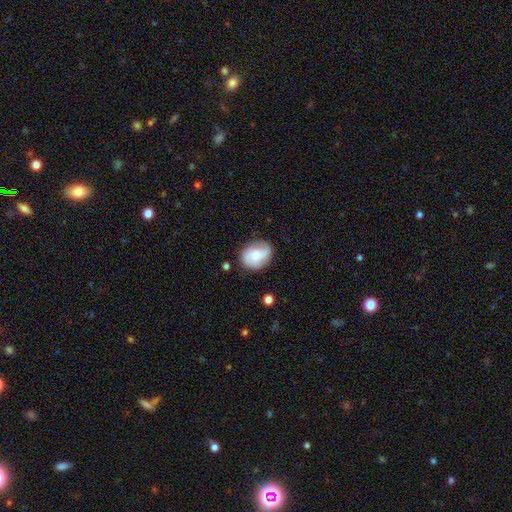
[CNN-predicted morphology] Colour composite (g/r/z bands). It shows a smooth galaxy with no disk features (57%) that is in between round and cigar-shaped (57%). Merging: none (73%).